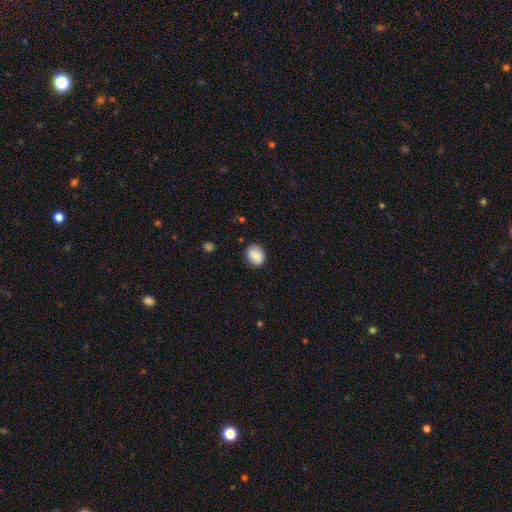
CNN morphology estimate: A smooth galaxy with no disk features (88%) that is round (53%).

Vote fractions:
- Smooth or featured? smooth: 88% / star or artifact: 8% / featured or disk: 4%
- How rounded? round: 53% / in between: 46% / cigar-shaped: 1%
- Merging? none: 81% / minor disturbance: 15% / major disturbance: 3% / merger: 1%